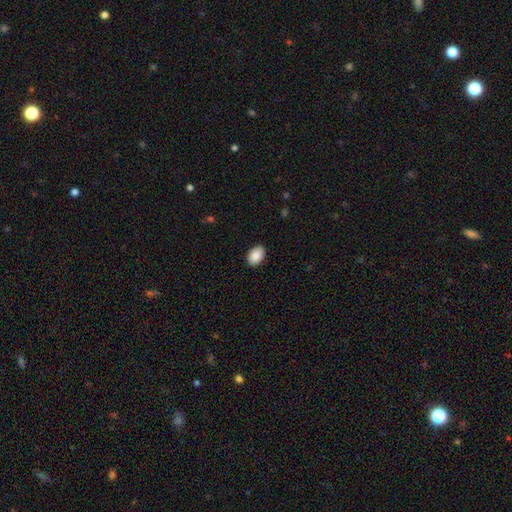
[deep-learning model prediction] smooth 90%, star or artifact 7%, featured or disk 3%. Down the decision tree: how rounded — in between (86%); merging — none (89%).